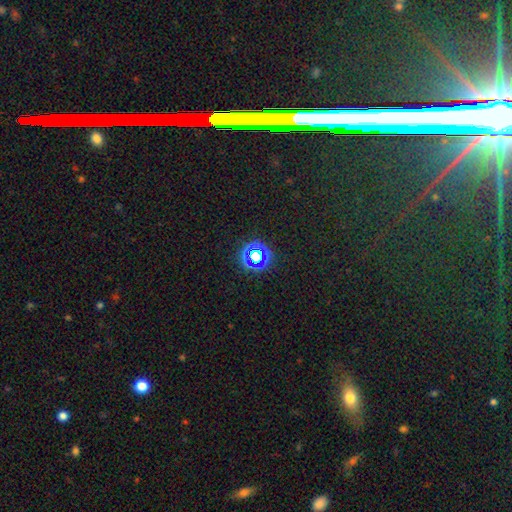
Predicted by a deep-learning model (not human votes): The model was most divided on "smooth or featured": star or artifact: 64%, smooth: 26%, featured or disk: 10%.